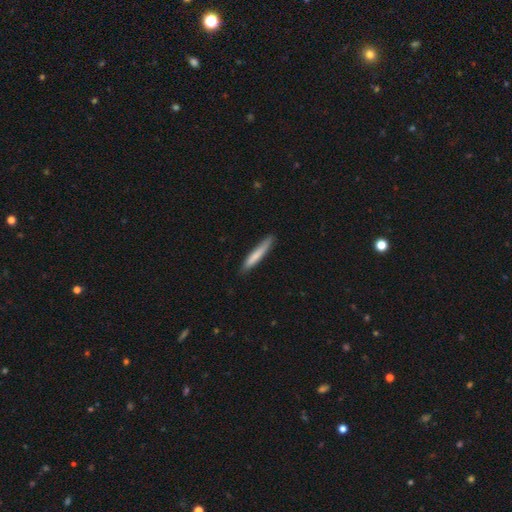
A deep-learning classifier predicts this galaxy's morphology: The model was most divided on "smooth or featured": smooth: 75%, featured or disk: 20%, star or artifact: 5%. More confident: how rounded — cigar-shaped (94%); merging — none (83%).